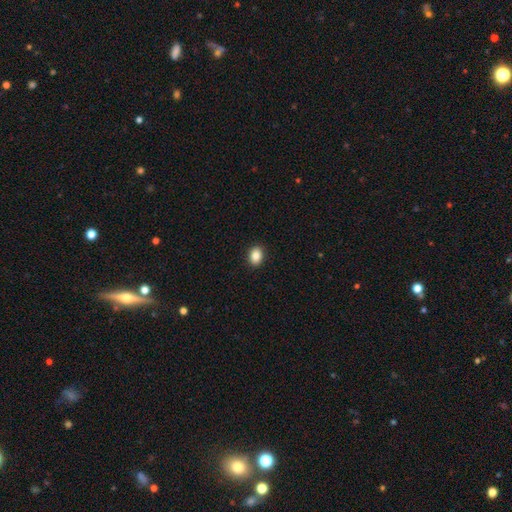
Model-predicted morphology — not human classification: Smooth or featured? smooth (88%)
How rounded? in between (68%)
Merging? none (91%)